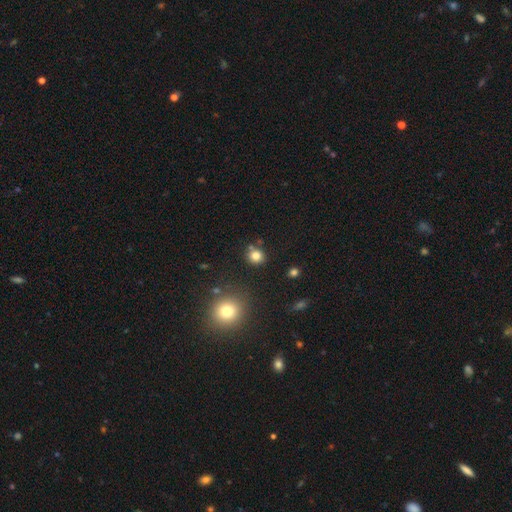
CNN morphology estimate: smooth 81%, star or artifact 13%, featured or disk 6%. Down the decision tree: how rounded — round (85%); merging — none (78%).